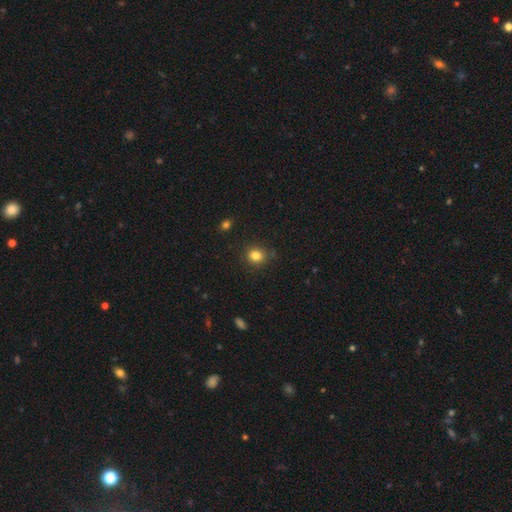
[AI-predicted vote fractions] Smooth or featured? Predicted: smooth (p=0.83). How rounded? Predicted: round (p=0.77). Merging? Predicted: none (p=0.85).